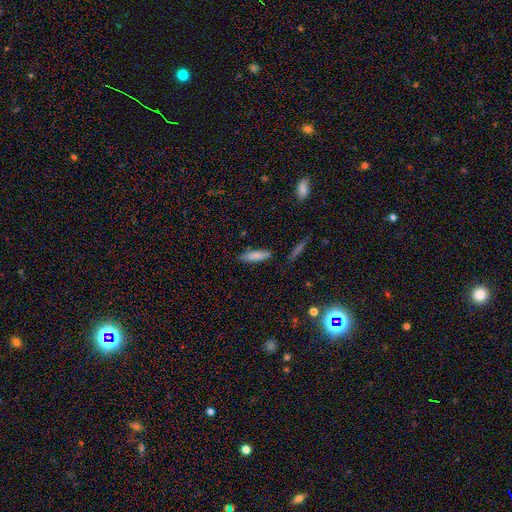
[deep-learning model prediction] smooth_or_featured: smooth (p=0.82) [alt: featured or disk p=0.11]
how_rounded: cigar-shaped (p=0.63) [alt: in between p=0.35]
merging: none (p=0.81) [alt: minor disturbance p=0.13]